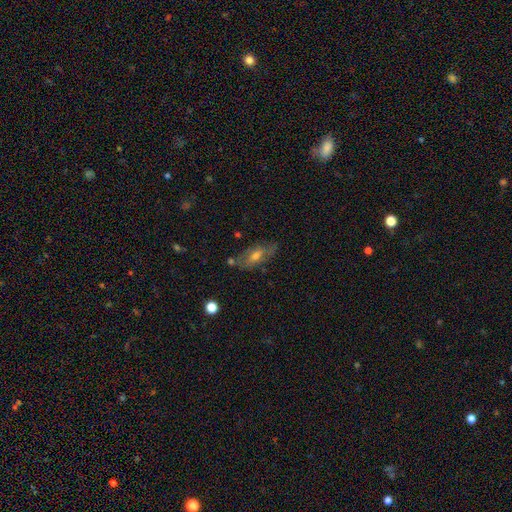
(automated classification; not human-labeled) A featured or disk galaxy (49%).

Vote fractions:
- Smooth or featured? featured or disk: 49% / smooth: 40% / star or artifact: 10%
- Merging? none: 72% / minor disturbance: 18% / major disturbance: 6% / merger: 5%